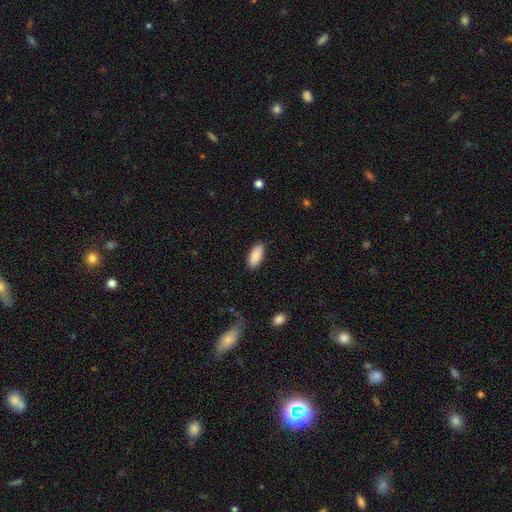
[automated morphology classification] This appears to be a smooth galaxy with no disk features (90%) that is in between round and cigar-shaped (85%). Merging: none (89%).